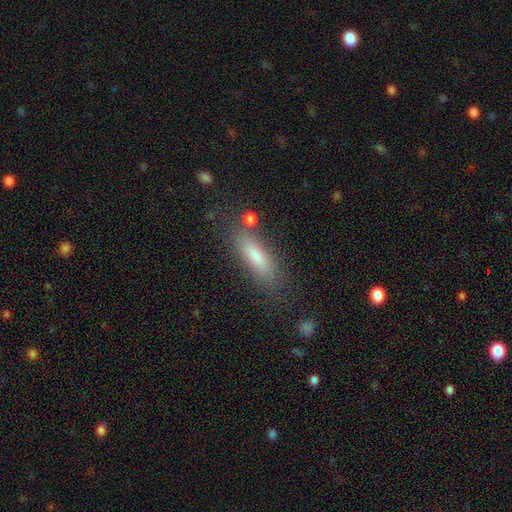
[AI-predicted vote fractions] smooth_or_featured: smooth (p=0.77) [alt: featured or disk p=0.14]
how_rounded: cigar-shaped (p=0.55) [alt: in between p=0.42]
merging: none (p=0.78) [alt: minor disturbance p=0.13]